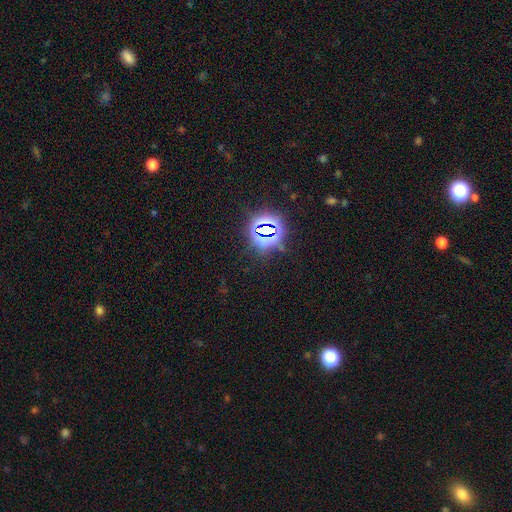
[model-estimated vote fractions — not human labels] The model was most divided on "smooth or featured": star or artifact: 81%, smooth: 12%, featured or disk: 7%.